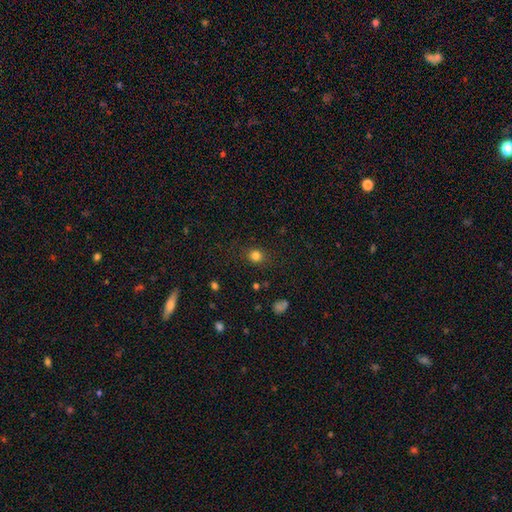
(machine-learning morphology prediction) This appears to be a smooth galaxy with no disk features (80%) that is round (74%). Merging: none (83%).